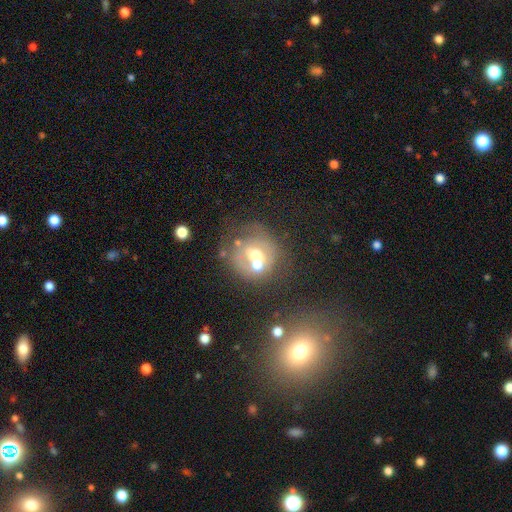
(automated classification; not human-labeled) The model was most divided on "smooth or featured": smooth: 44%, featured or disk: 43%, star or artifact: 13%. Remaining: merging — merger (38%).